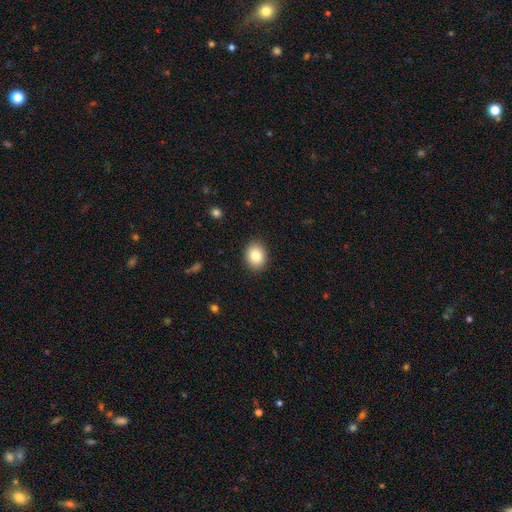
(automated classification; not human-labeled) smooth_or_featured: smooth (p=0.84) [alt: star or artifact p=0.08]
how_rounded: in between (p=0.53) [alt: round p=0.47]
merging: none (p=0.89) [alt: minor disturbance p=0.08]